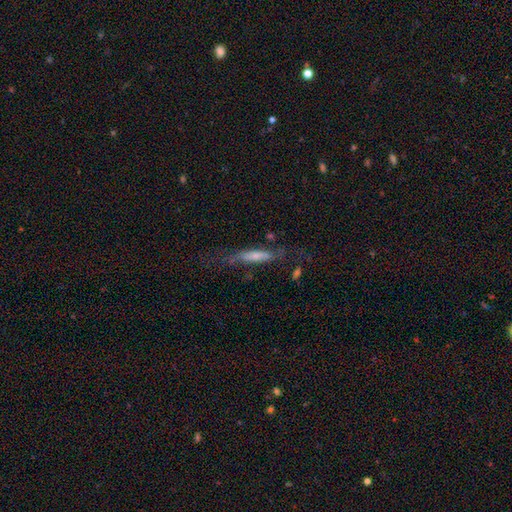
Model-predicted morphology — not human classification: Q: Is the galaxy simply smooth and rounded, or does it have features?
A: smooth — 49%.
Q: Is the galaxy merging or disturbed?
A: none — 52%.